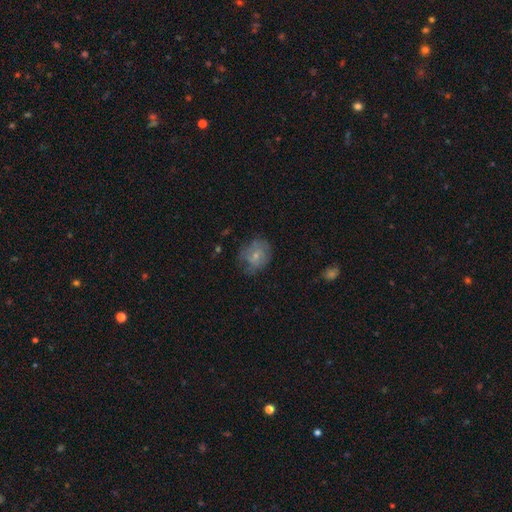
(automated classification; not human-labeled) Morphology: type=smooth (55%); roundness=round (58%); merging=none (59%).